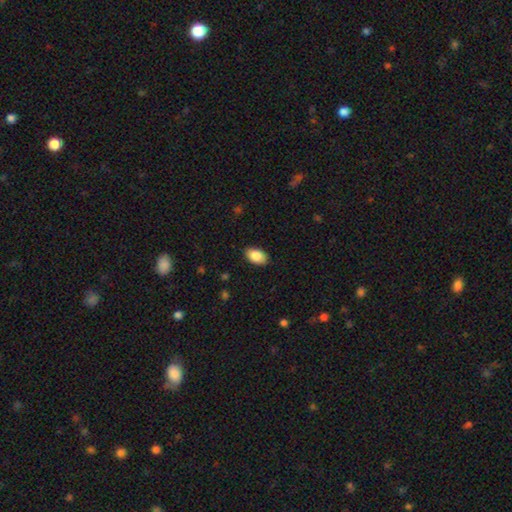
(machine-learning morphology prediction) Q: Smooth or featured?
A: smooth (87%); runner-up: star or artifact (7%)
Q: How rounded?
A: in between (92%); runner-up: round (7%)
Q: Merging?
A: none (87%); runner-up: minor disturbance (9%)